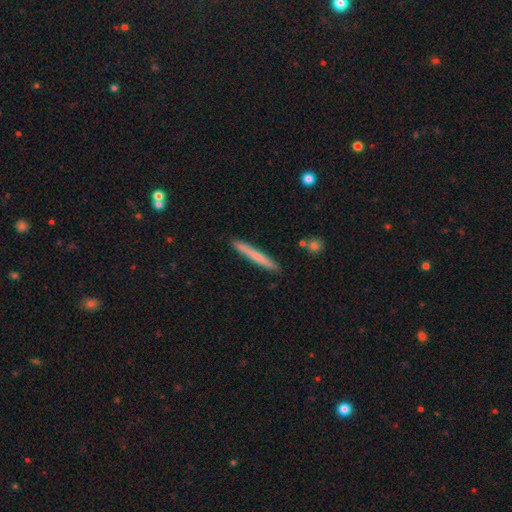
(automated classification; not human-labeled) Overall: smooth (66%; featured or disk 28%). How rounded: cigar-shaped (97%). Merging: none (91%).